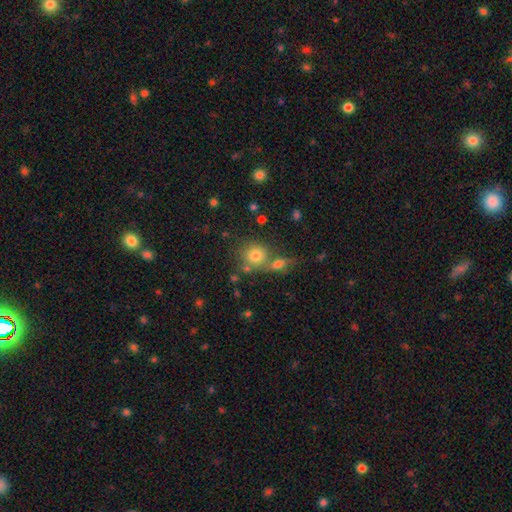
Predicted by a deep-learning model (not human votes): Smooth or featured: smooth — 77% (star or artifact — 13%)
How rounded: round — 81% (in between — 18%)
Merging: none — 50% (merger — 37%)